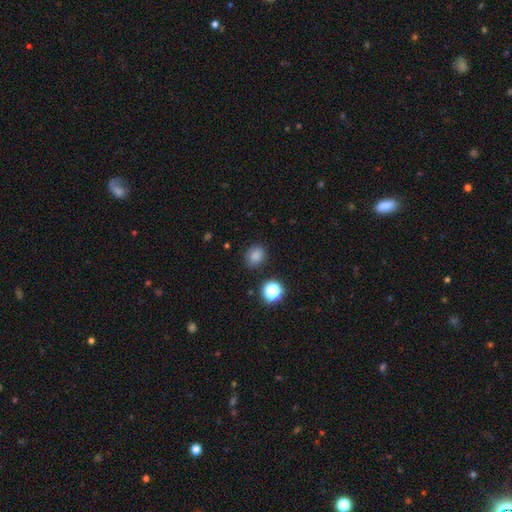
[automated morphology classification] This appears to be a smooth galaxy with no disk features (80%) that is round (61%). Merging: none (84%).